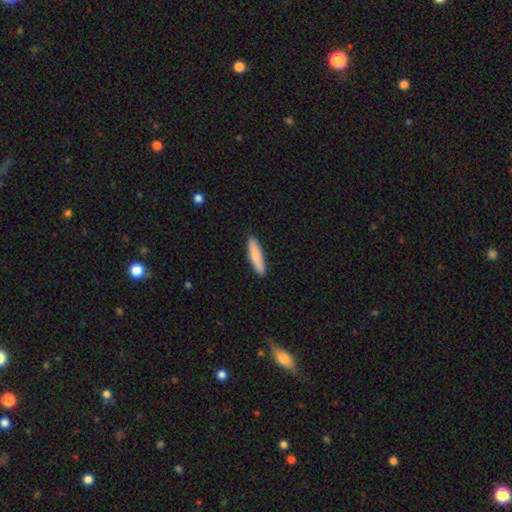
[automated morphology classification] The model was most divided on "how rounded": cigar-shaped: 84%, in between: 15%, round: 1%. More confident: merging — none (91%); smooth or featured — smooth (85%).